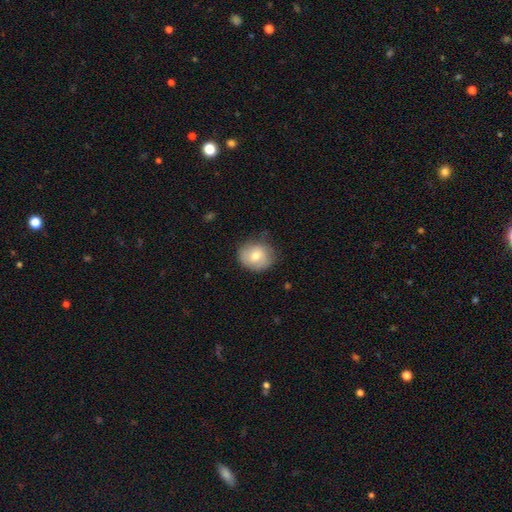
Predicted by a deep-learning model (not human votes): A smooth galaxy with no disk features (71%) that is round (70%).

Vote fractions:
- Smooth or featured? smooth: 71% / featured or disk: 21% / star or artifact: 8%
- How rounded? round: 70% / in between: 29% / cigar-shaped: 1%
- Merging? none: 72% / minor disturbance: 22% / major disturbance: 5% / merger: 1%